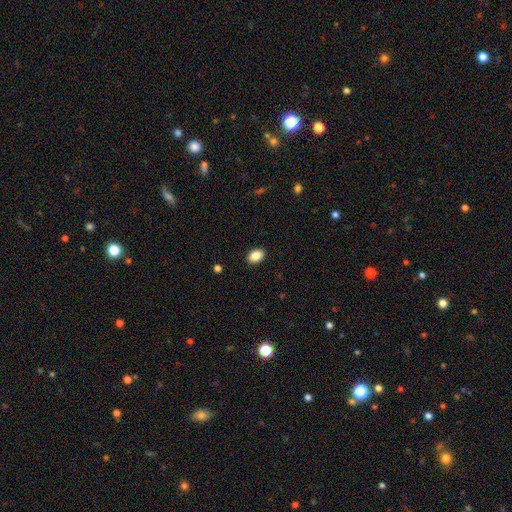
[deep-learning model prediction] smooth-or-featured: smooth: 88% | star or artifact: 8% | featured or disk: 4%
  how-rounded: in between: 81% | round: 18% | cigar-shaped: 1%
  merging: none: 90% | minor disturbance: 7% | major disturbance: 2% | merger: 1%